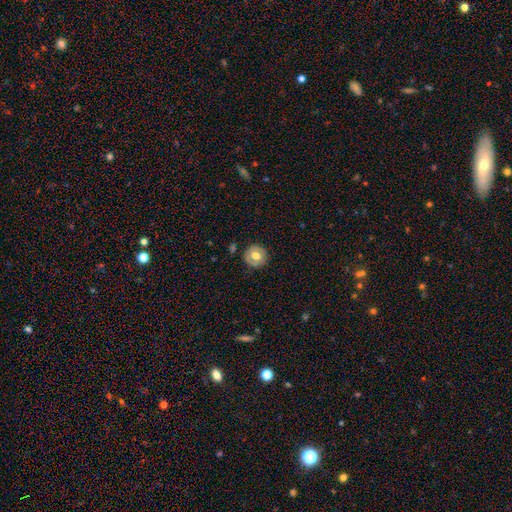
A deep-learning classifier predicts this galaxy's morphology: type=smooth (61%); roundness=round (93%); merging=none (87%).